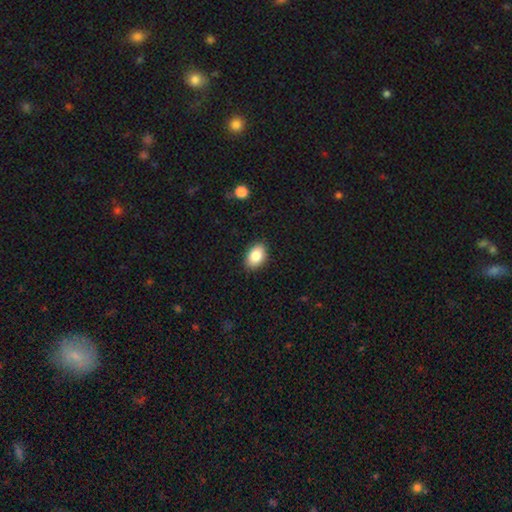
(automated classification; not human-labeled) Morphology: type=smooth (86%); roundness=in between (87%); merging=none (87%).